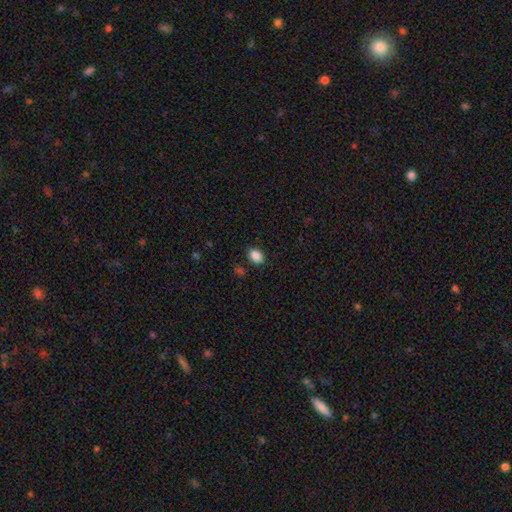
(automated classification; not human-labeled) This is clearly a smooth galaxy (88%). How rounded: clearly in between (80%). Merging: clearly none (86%).